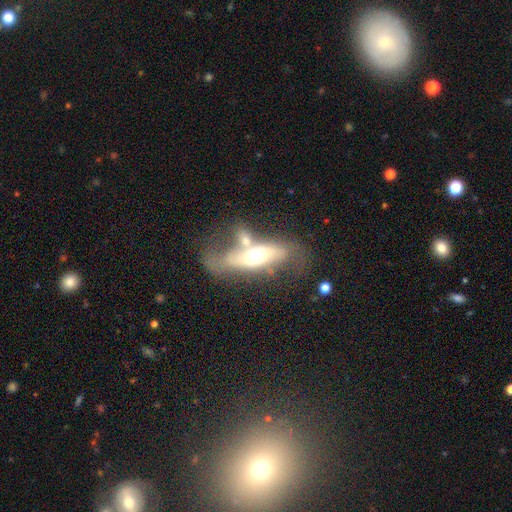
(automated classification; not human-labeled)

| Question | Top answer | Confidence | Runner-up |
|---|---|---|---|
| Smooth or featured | featured or disk | 58% | smooth (35%) |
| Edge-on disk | no | 69% | yes (31%) |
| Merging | merger | 38% | none (24%) |